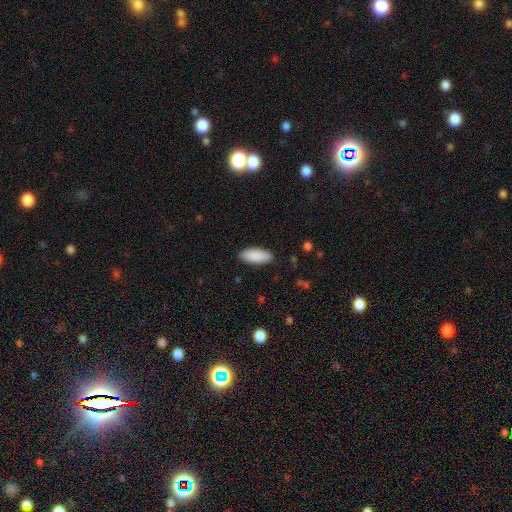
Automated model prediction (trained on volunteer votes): smooth 90%, star or artifact 6%, featured or disk 4%. Down the decision tree: how rounded — in between (83%); merging — none (89%).